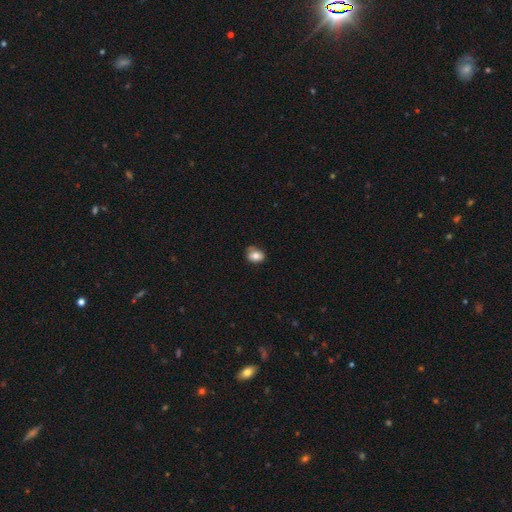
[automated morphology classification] This appears to be a smooth galaxy with no disk features (78%) that is in between round and cigar-shaped (59%). Merging: none (60%).